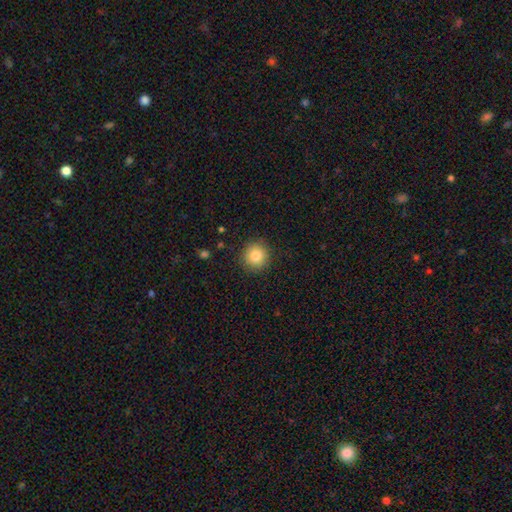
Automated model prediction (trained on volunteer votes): This appears to be a smooth galaxy with no disk features (83%) that is round (93%). Merging: none (90%).